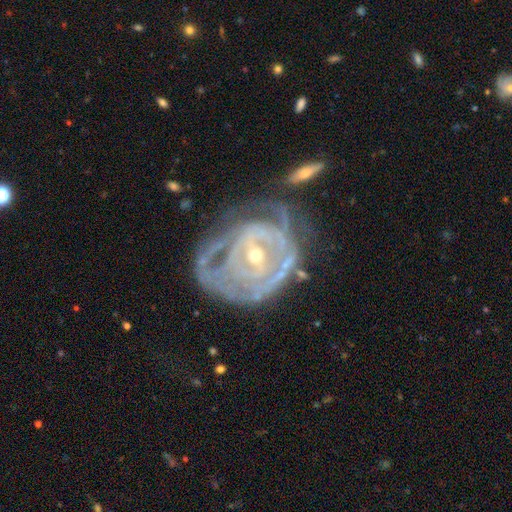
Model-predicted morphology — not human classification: This appears to be a featured or disk galaxy (85%) with a weak bar (40%), tight (68%) spiral arms (82%) and a small central bulge (65%). Merging: none (35%).